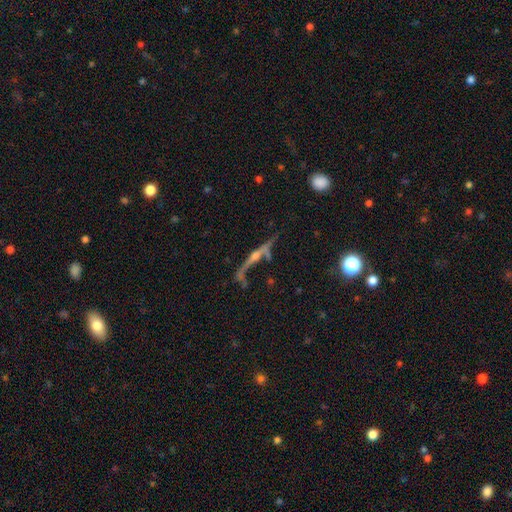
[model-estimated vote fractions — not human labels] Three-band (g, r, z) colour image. It shows a featured or disk galaxy (75%) viewed edge-on (86%) with a rounded central bulge (83%). Merging: none (51%).